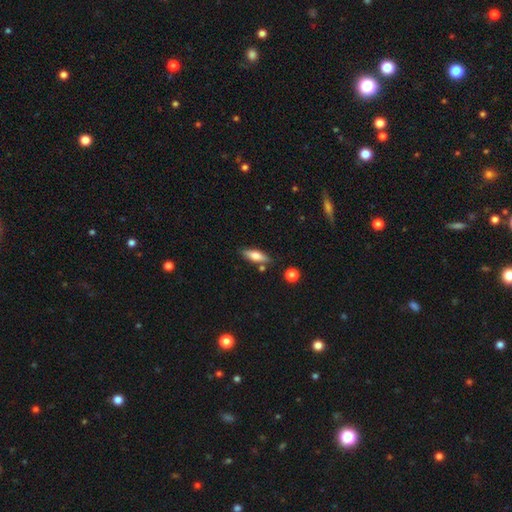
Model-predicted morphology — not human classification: The model was most divided on "how rounded": in between: 54%, cigar-shaped: 43%, round: 3%. More confident: merging — none (79%); smooth or featured — smooth (64%).